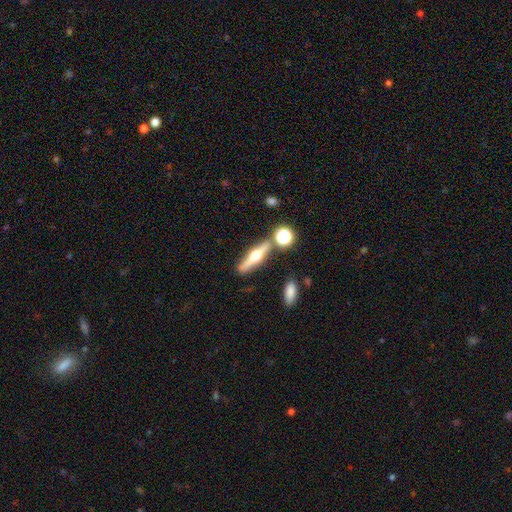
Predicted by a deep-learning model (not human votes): smooth_or_featured: featured or disk (p=0.62) [alt: smooth p=0.30]
disk_edge_on: yes (p=0.95) [alt: no p=0.05]
edge_on_bulge: rounded (p=0.95) [alt: boxy p=0.02]
merging: none (p=0.81) [alt: minor disturbance p=0.10]